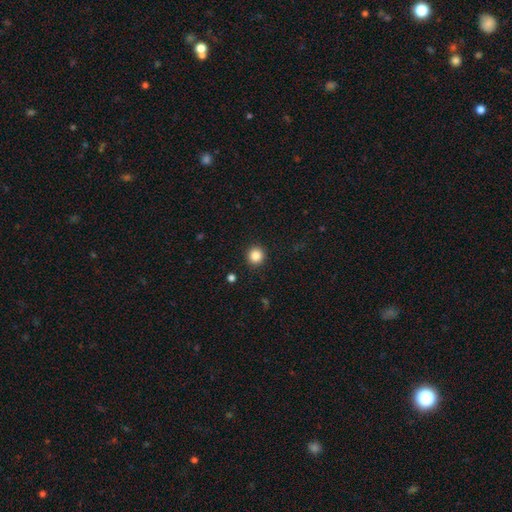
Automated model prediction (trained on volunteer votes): This is clearly a smooth galaxy (86%). How rounded: clearly round (93%). Merging: clearly none (92%).